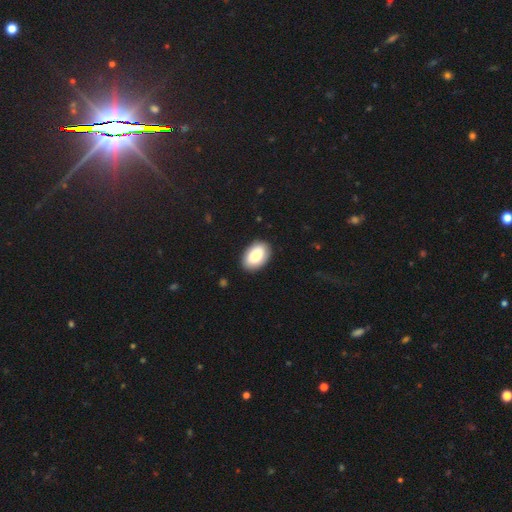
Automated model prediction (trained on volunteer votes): Overall: smooth (84%). How rounded: in between (91%). Merging: none (88%).